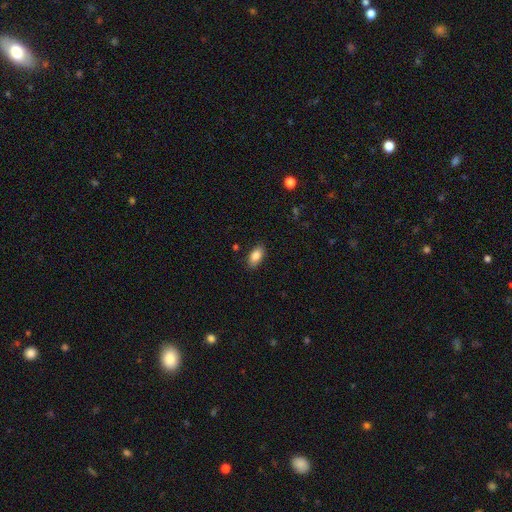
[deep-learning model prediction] The model was most divided on "merging": none: 86%, minor disturbance: 10%, major disturbance: 2%, merger: 1%. More confident: how rounded — in between (92%); smooth or featured — smooth (86%).